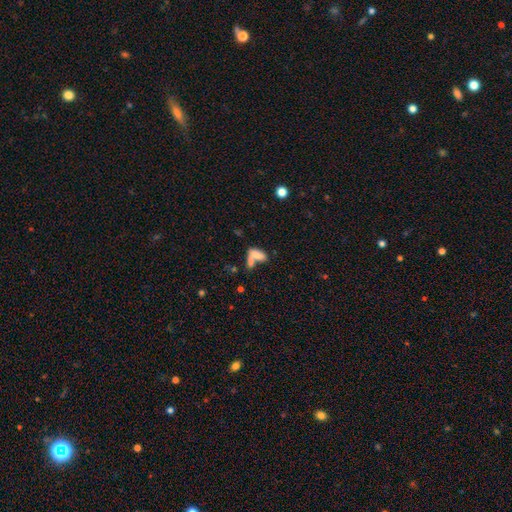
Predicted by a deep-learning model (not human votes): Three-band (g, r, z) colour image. It shows a smooth galaxy with no disk features (74%) that is in between round and cigar-shaped (79%). Merging: merger (55%).